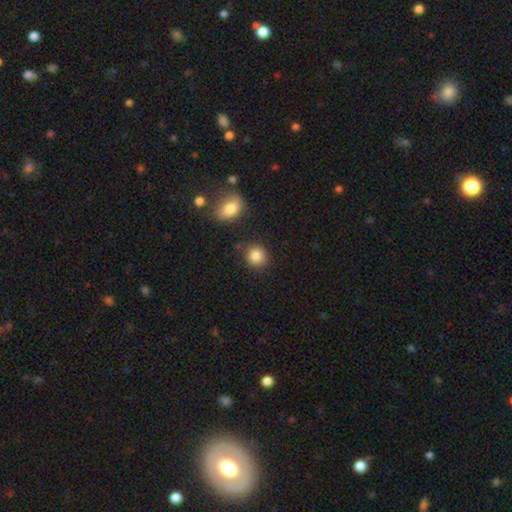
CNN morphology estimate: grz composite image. It shows a smooth galaxy with no disk features (86%) that is round (84%). Merging: none (81%).